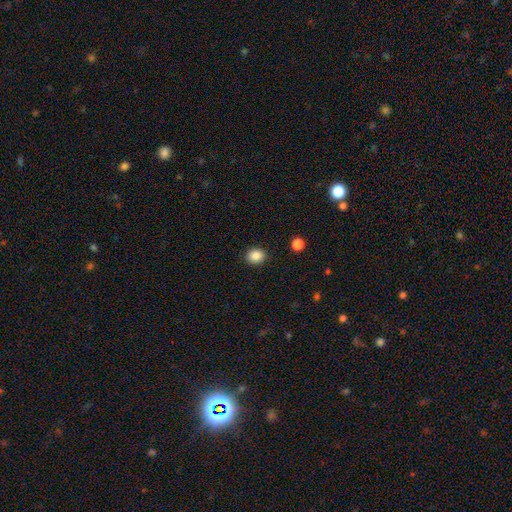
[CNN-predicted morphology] Overall: smooth (87%). How rounded: round (66%; in between 33%). Merging: none (89%).